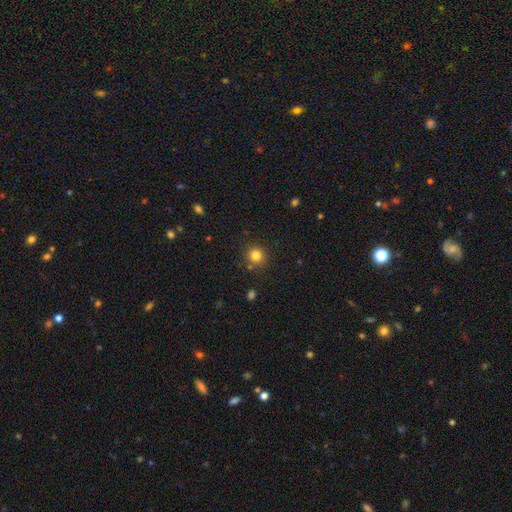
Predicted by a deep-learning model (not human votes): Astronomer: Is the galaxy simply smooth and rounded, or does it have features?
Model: smooth — 81%.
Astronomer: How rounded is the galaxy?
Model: round — 89%.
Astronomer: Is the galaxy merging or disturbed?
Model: none — 83%.